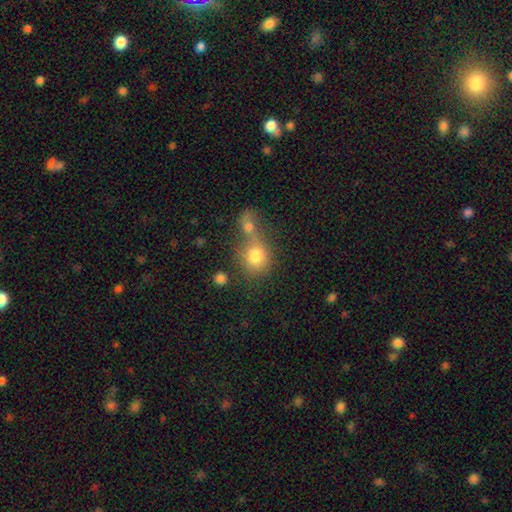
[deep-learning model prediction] Smooth or featured?
  - smooth: 77% *
  - featured or disk: 12%
  - star or artifact: 11%
How rounded?
  - round: 74% *
  - in between: 24%
  - cigar-shaped: 1%
Merging?
  - merger: 57% *
  - none: 29%
  - minor disturbance: 8%
  - major disturbance: 6%